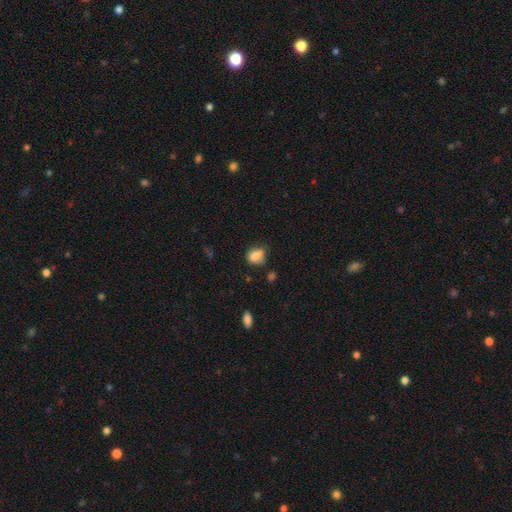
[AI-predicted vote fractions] Overall: smooth (83%). How rounded: in between (55%; round 43%). Merging: none (59%; minor disturbance 30%).